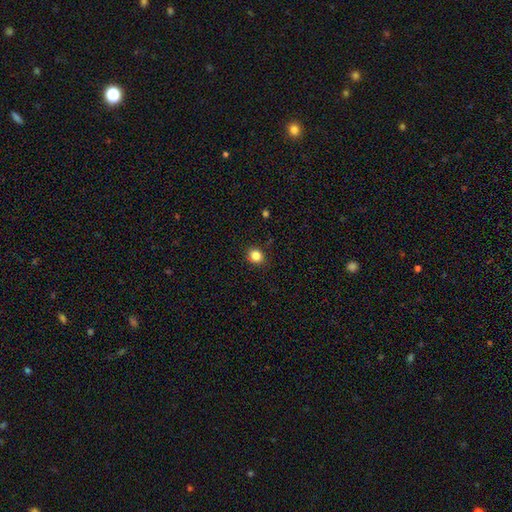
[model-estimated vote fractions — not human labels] A smooth galaxy with no disk features (84%) that is round (79%).

Vote fractions:
- Smooth or featured? smooth: 84% / star or artifact: 12% / featured or disk: 4%
- How rounded? round: 79% / in between: 21% / cigar-shaped: 1%
- Merging? none: 89% / minor disturbance: 8% / major disturbance: 2% / merger: 1%